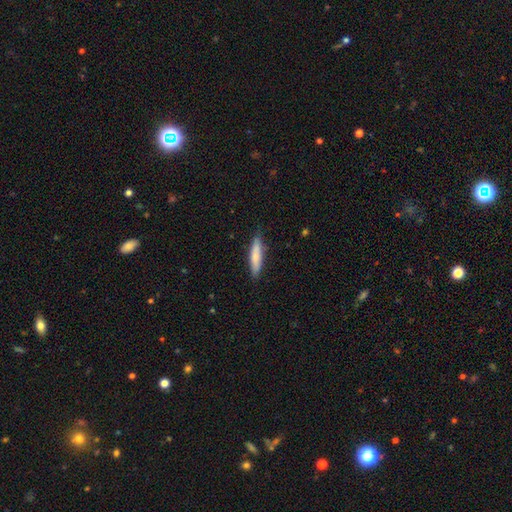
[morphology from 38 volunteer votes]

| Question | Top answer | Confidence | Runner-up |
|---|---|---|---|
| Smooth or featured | smooth | 82% | featured or disk (13%) |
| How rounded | cigar-shaped | 77% | in between (16%) |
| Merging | none | 67% | minor disturbance (25%) |